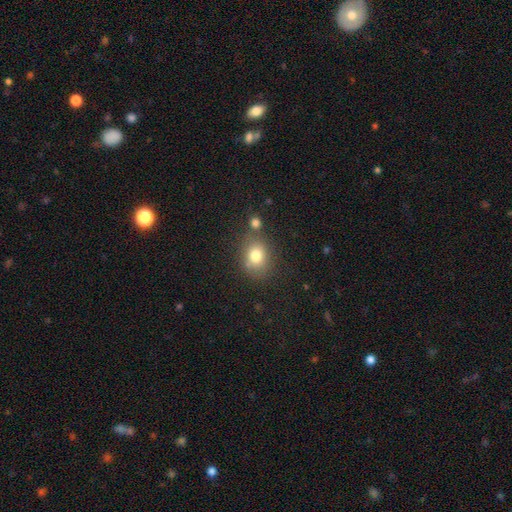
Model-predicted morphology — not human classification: This appears to be a smooth galaxy with no disk features (79%) that is round (51%). Merging: none (68%).